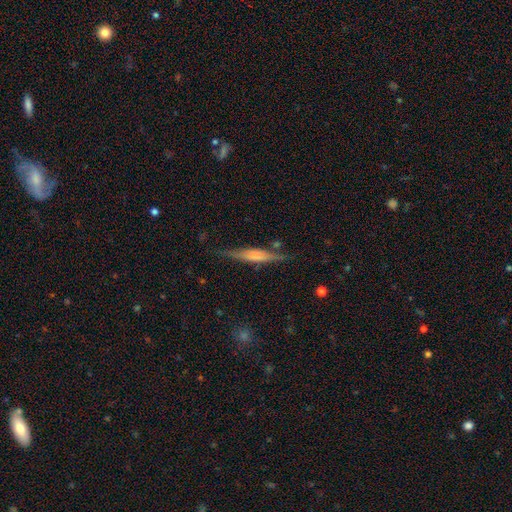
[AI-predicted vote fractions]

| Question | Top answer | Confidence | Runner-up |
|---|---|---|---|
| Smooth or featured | featured or disk | 53% | smooth (40%) |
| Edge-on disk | yes | 95% | no (5%) |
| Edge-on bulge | rounded | 41% | boxy (32%) |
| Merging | none | 80% | minor disturbance (14%) |